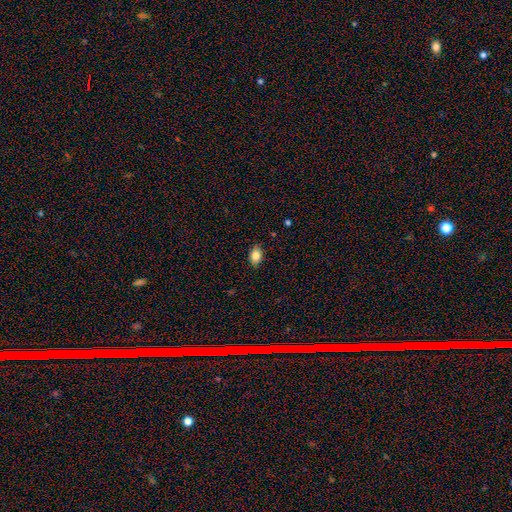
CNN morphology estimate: A smooth galaxy with no disk features (81%) that is in between round and cigar-shaped (85%). Merging: none (85%).